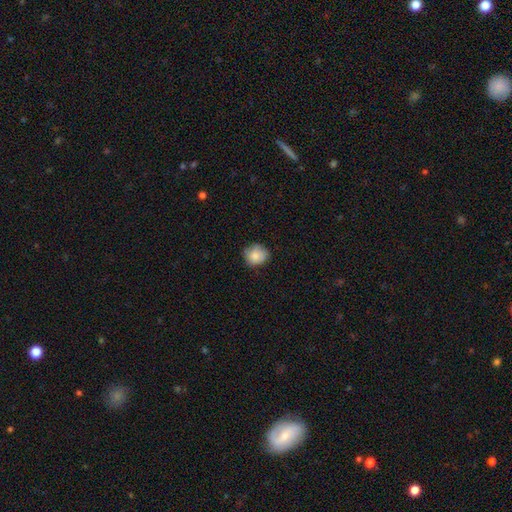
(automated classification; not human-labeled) A smooth galaxy with no disk features (84%) that is round (77%). Merging: none (72%).